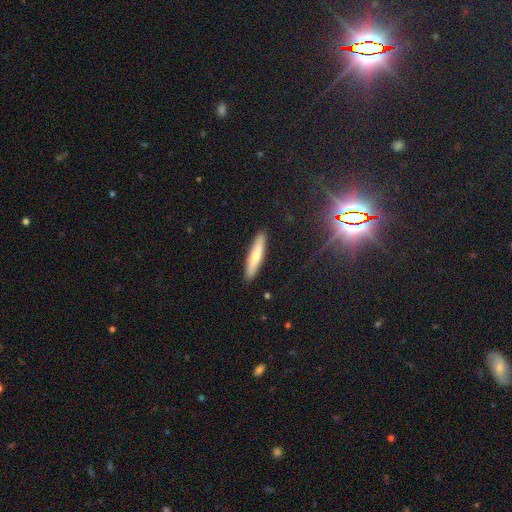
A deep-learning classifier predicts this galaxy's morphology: The model was most divided on "smooth or featured": smooth: 63%, featured or disk: 31%, star or artifact: 6%. More confident: merging — none (90%); how rounded — cigar-shaped (87%).